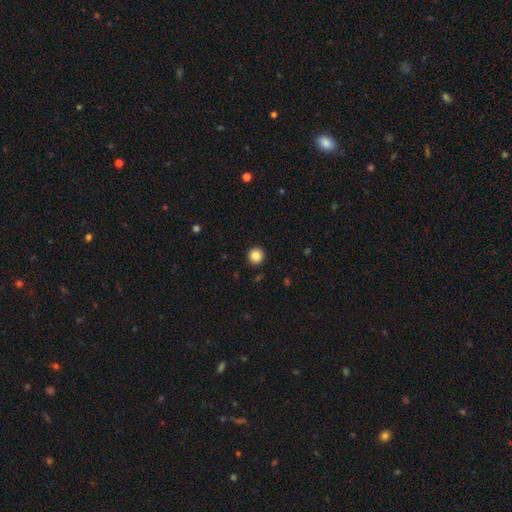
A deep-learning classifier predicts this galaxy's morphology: smooth 84%, star or artifact 10%, featured or disk 5%. Down the decision tree: how rounded — round (95%); merging — none (93%).